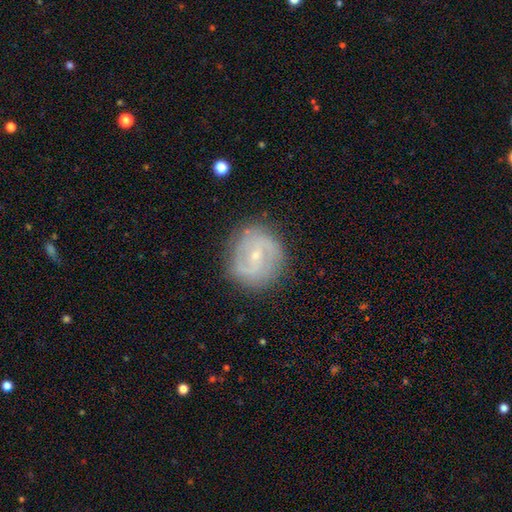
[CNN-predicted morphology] Overall: featured or disk (77%). Edge-on disk: no (97%). Bar: weak (49%; no 31%). Spiral arms: yes (90%). Spiral arm count: 2 (73%). Spiral winding: medium (44%; tight 38%). Bulge size: small (72%). Merging: none (82%).